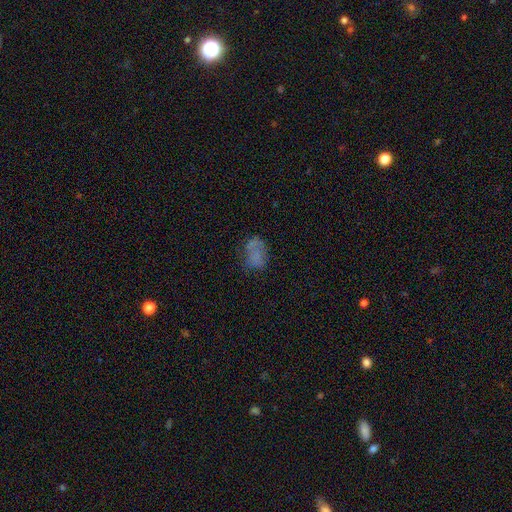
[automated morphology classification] type=smooth (59%); roundness=in between (76%); merging=none (46%).